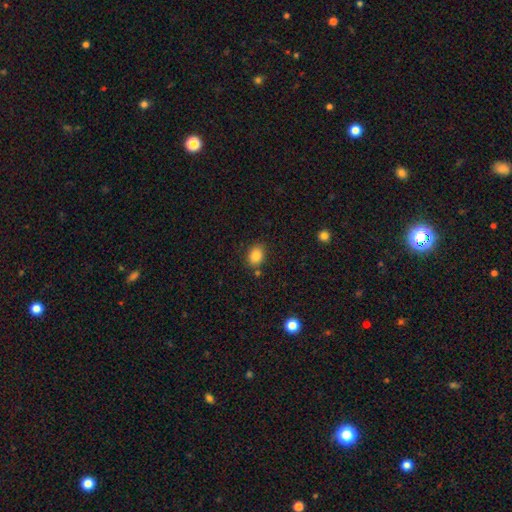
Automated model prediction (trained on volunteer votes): smooth 86%, star or artifact 9%, featured or disk 5%. Down the decision tree: how rounded — in between (66%); merging — none (79%).